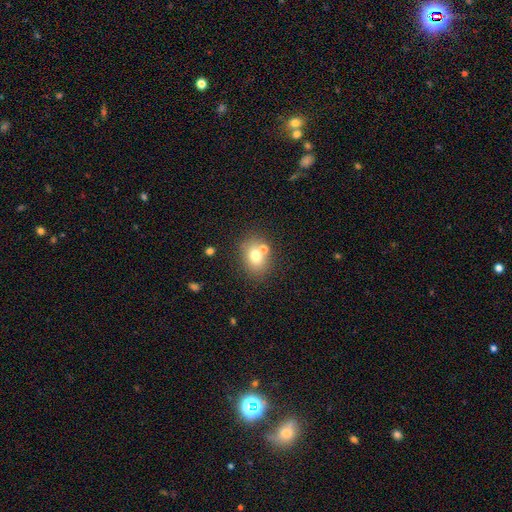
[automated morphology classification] smooth 72%, featured or disk 15%, star or artifact 13%. Down the decision tree: how rounded — in between (52%); merging — none (66%).